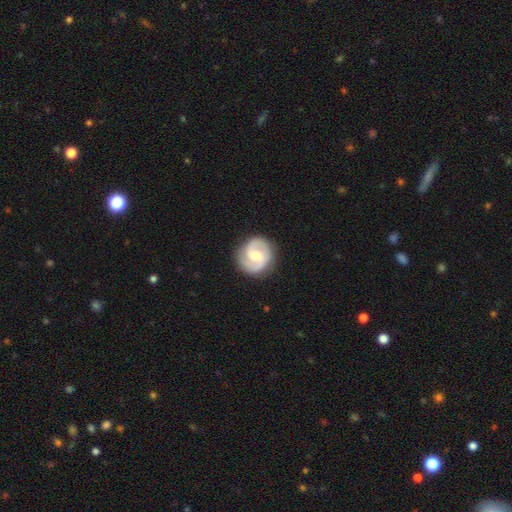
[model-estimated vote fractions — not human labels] A featured or disk galaxy (81%) with a weak bar (54%), 2 (89%) medium (50%) spiral arms (96%) and a moderate central bulge (60%).

Vote fractions:
- Smooth or featured? featured or disk: 81% / smooth: 15% / star or artifact: 5%
- Edge-on disk? no: 98% / yes: 2%
- Bar? weak: 54% / no: 31% / strong: 15%
- Spiral arms? yes: 96% / no: 4%
- Spiral winding? medium: 50% / tight: 35% / loose: 15%
- Spiral arm count? 2: 89% / can't tell: 4% / 3: 3% / 1: 2% / 4: 1% / more than 4: 1%
- Bulge size? moderate: 60% / small: 32% / large: 5% / none: 2% / dominant: 1%
- Merging? none: 86% / minor disturbance: 10% / major disturbance: 3% / merger: 1%